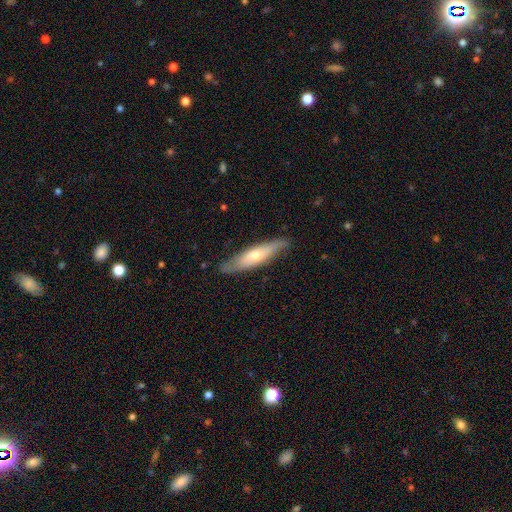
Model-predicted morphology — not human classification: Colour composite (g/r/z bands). It shows a smooth galaxy with no disk features (49%). Merging: none (80%).